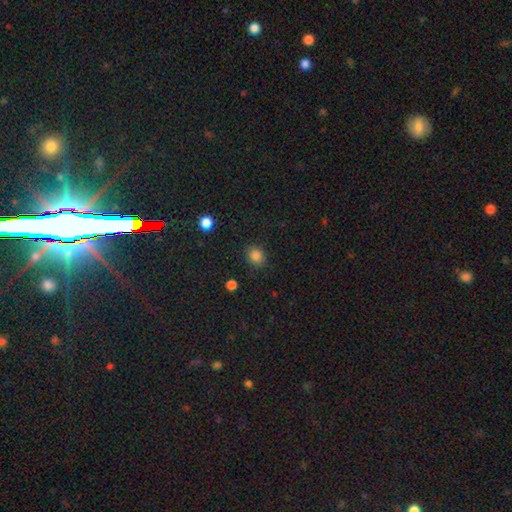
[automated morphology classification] Overall: smooth (84%). How rounded: round (63%; in between 36%). Merging: none (86%).